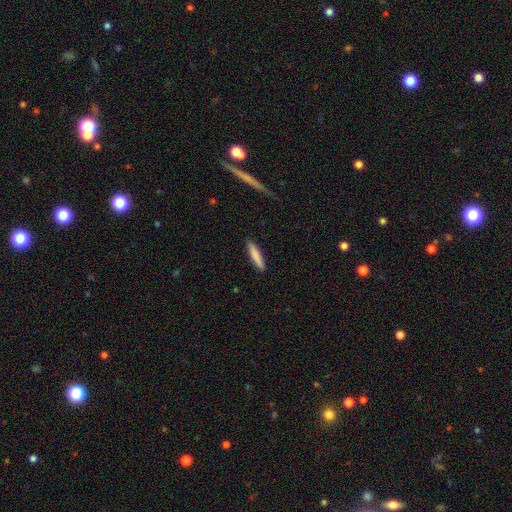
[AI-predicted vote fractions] Q: Smooth or featured?
A: smooth (83%); runner-up: featured or disk (11%)
Q: How rounded?
A: cigar-shaped (87%); runner-up: in between (12%)
Q: Merging?
A: none (89%); runner-up: minor disturbance (8%)